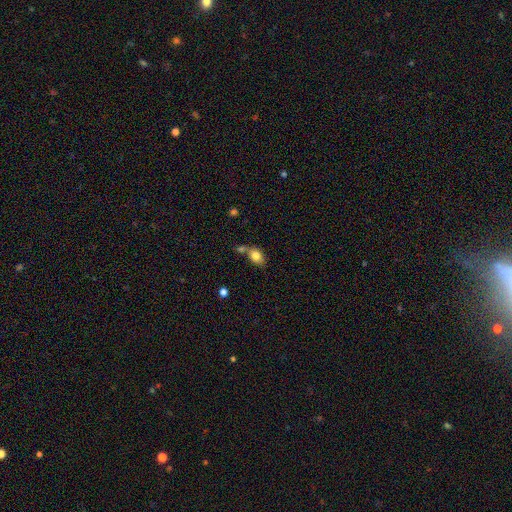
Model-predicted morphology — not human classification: Smooth or featured? Predicted: smooth (p=0.80). How rounded? Predicted: in between (p=0.77). Merging? Predicted: none (p=0.49).